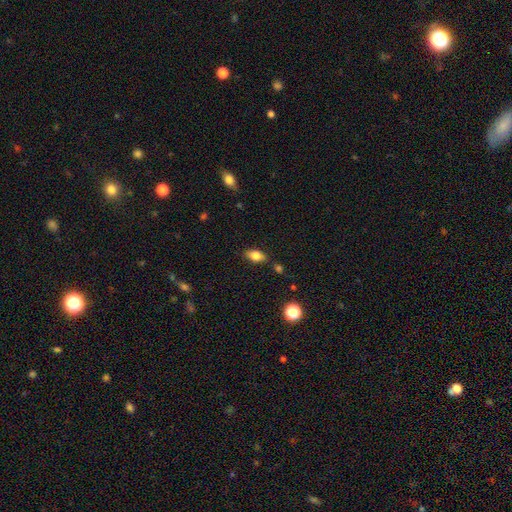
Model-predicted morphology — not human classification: Q: Smooth or featured?
A: smooth (78%); runner-up: featured or disk (13%)
Q: How rounded?
A: in between (86%); runner-up: round (9%)
Q: Merging?
A: none (82%); runner-up: minor disturbance (12%)